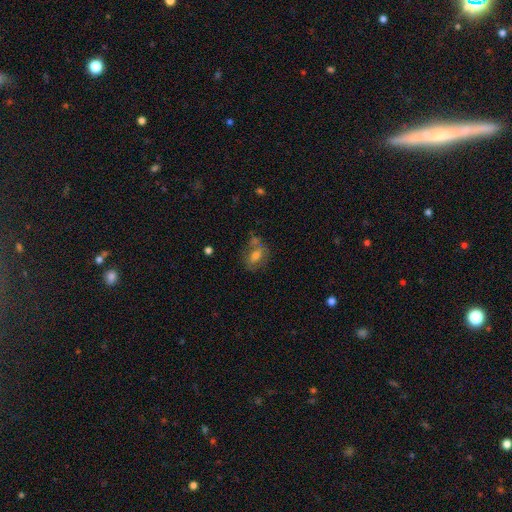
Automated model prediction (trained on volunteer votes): Smooth or featured? Predicted: smooth (p=0.63). How rounded? Predicted: in between (p=0.74). Merging? Predicted: none (p=0.57).